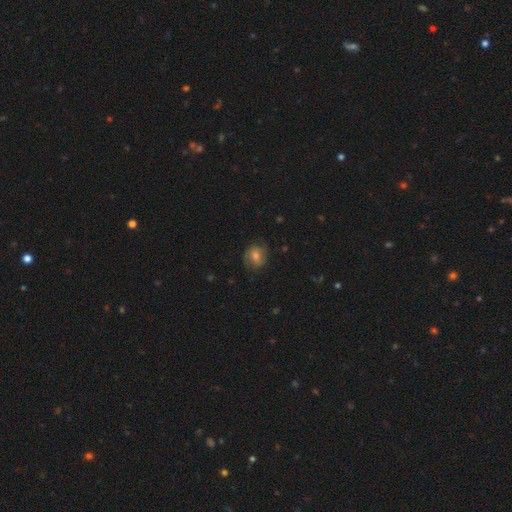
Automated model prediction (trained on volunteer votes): A smooth galaxy with no disk features (56%) that is round (69%).

Vote fractions:
- Smooth or featured? smooth: 56% / featured or disk: 32% / star or artifact: 12%
- How rounded? round: 69% / in between: 30% / cigar-shaped: 1%
- Merging? none: 75% / minor disturbance: 18% / major disturbance: 6% / merger: 1%